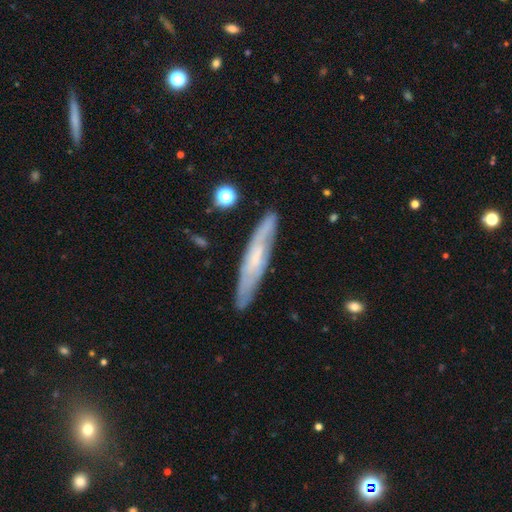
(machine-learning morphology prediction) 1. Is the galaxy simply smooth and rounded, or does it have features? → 61% featured or disk, 30% smooth, 9% star or artifact.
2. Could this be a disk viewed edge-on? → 63% yes, 37% no.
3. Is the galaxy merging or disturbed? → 83% none, 13% minor disturbance, 2% major disturbance, 2% merger.